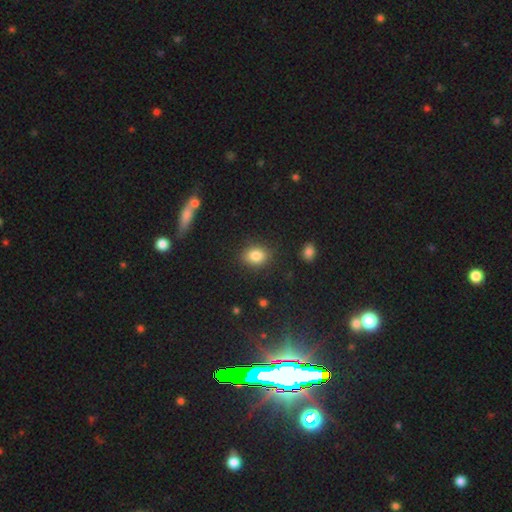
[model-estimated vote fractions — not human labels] Q: Smooth or featured?
A: smooth (84%); runner-up: star or artifact (10%)
Q: How rounded?
A: in between (53%); runner-up: round (45%)
Q: Merging?
A: none (85%); runner-up: minor disturbance (10%)